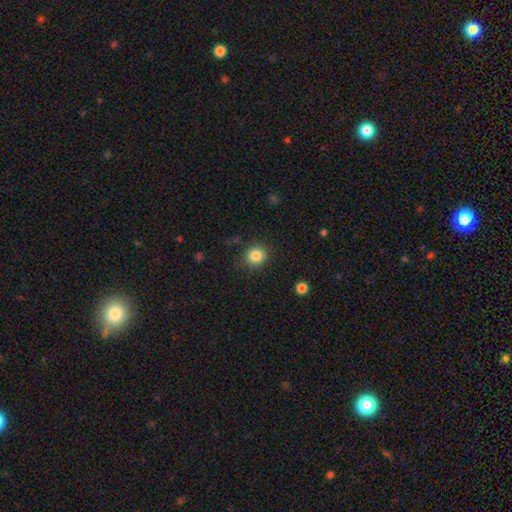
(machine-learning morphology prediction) type=smooth (85%); roundness=round (86%); merging=none (87%).